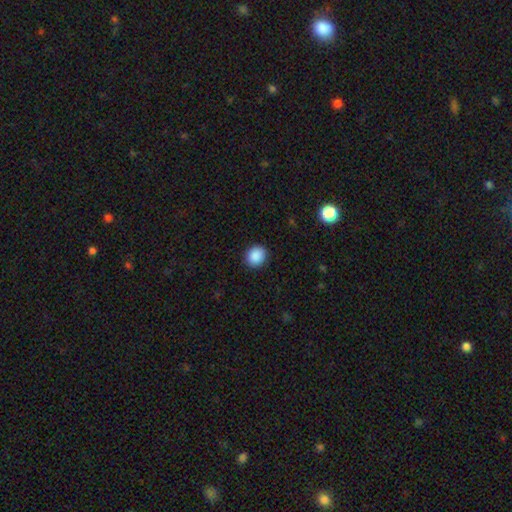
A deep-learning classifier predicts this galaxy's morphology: Smooth or featured? Predicted: smooth (p=0.89). How rounded? Predicted: round (p=0.81). Merging? Predicted: none (p=0.91).